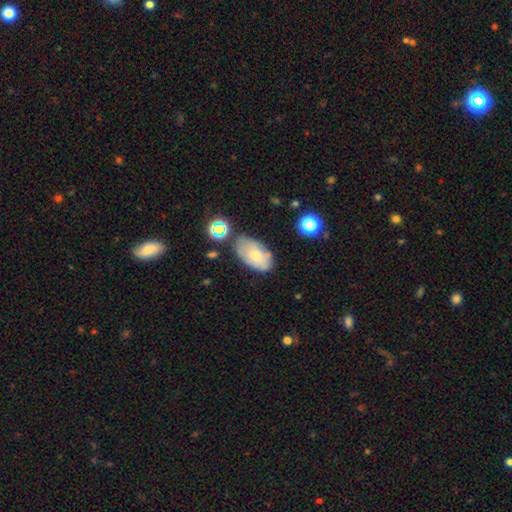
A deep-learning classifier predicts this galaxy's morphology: The model was most divided on "smooth or featured": smooth: 66%, featured or disk: 25%, star or artifact: 9%. More confident: how rounded — in between (93%); merging — none (64%).